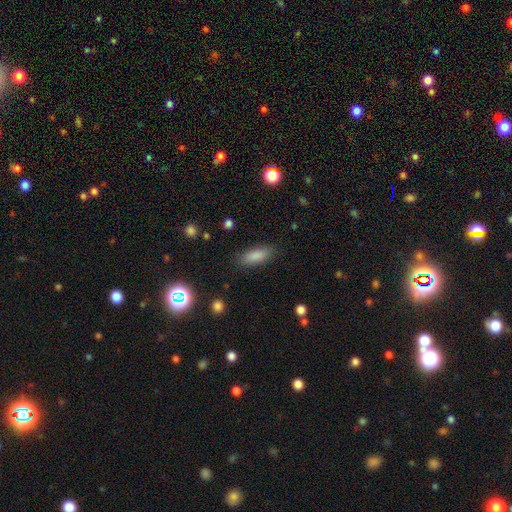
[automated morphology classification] Overall: smooth (85%). How rounded: in between (72%). Merging: none (85%).